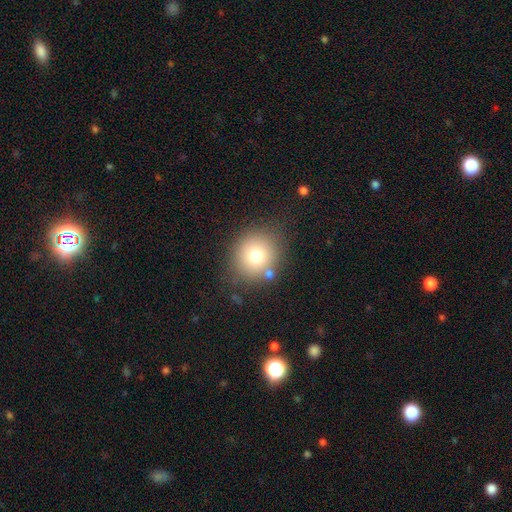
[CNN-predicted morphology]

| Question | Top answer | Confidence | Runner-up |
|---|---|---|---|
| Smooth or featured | smooth | 75% | star or artifact (13%) |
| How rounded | round | 84% | in between (15%) |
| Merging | none | 77% | minor disturbance (12%) |